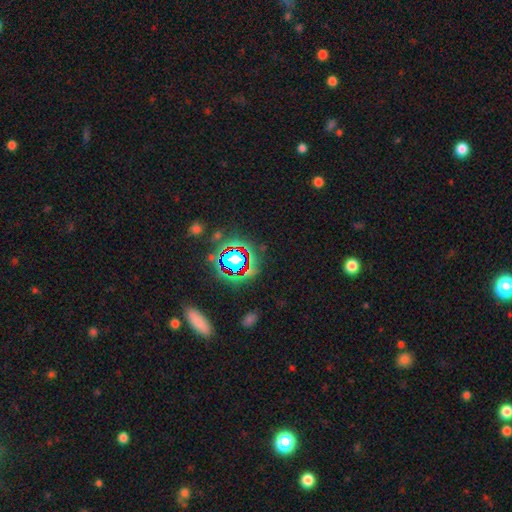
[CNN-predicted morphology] A star or artifact, not a galaxy (72%).